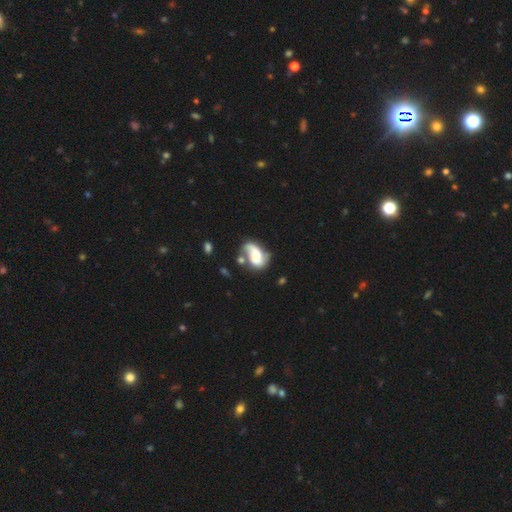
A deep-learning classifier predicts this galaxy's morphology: Overall: featured or disk (64%; smooth 28%). Edge-on disk: no (97%). Bar: no (55%; weak 31%). Spiral arms: yes (86%). Spiral arm count: 2 (68%). Spiral winding: loose (50%; medium 34%). Bulge size: moderate (28%; large 24%). Merging: none (40%; minor disturbance 24%).